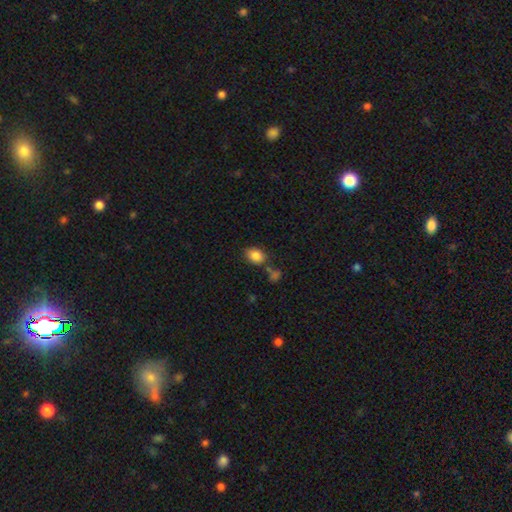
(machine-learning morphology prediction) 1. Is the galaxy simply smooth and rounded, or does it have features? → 85% smooth, 9% star or artifact, 6% featured or disk.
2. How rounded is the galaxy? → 74% in between, 25% round, 1% cigar-shaped.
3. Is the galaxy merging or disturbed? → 68% none, 15% minor disturbance, 12% merger, 4% major disturbance.